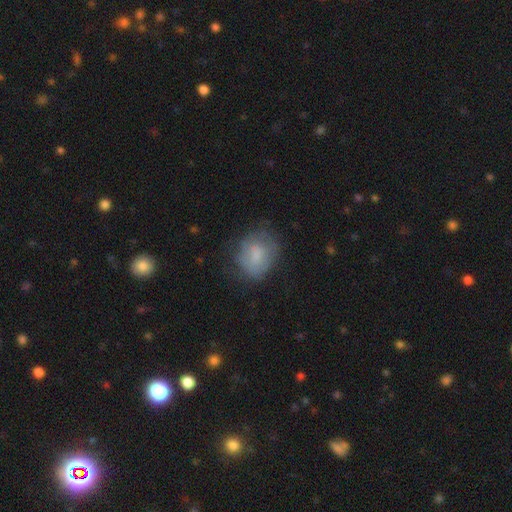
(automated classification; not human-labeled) Smooth or featured?
  - smooth: 70% *
  - featured or disk: 22%
  - star or artifact: 9%
How rounded?
  - in between: 56% *
  - round: 43%
  - cigar-shaped: 1%
Merging?
  - none: 62% *
  - minor disturbance: 25%
  - major disturbance: 11%
  - merger: 2%